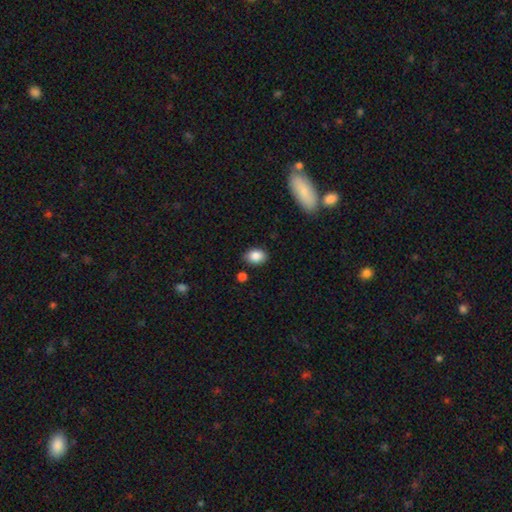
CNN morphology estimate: Overall: smooth (87%). How rounded: in between (75%). Merging: none (80%).